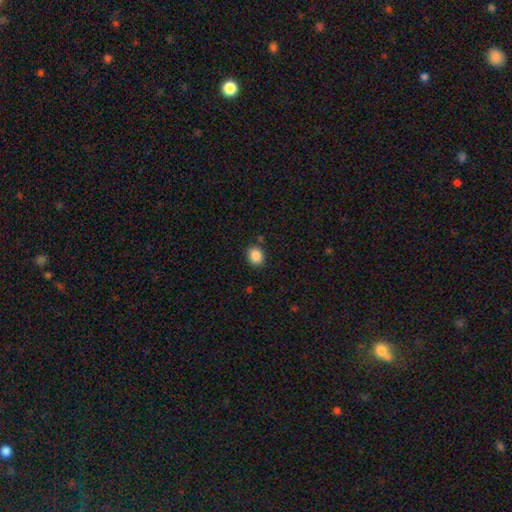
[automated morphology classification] Q: Smooth or featured?
A: smooth (87%); runner-up: star or artifact (9%)
Q: How rounded?
A: round (58%); runner-up: in between (41%)
Q: Merging?
A: none (85%); runner-up: minor disturbance (10%)